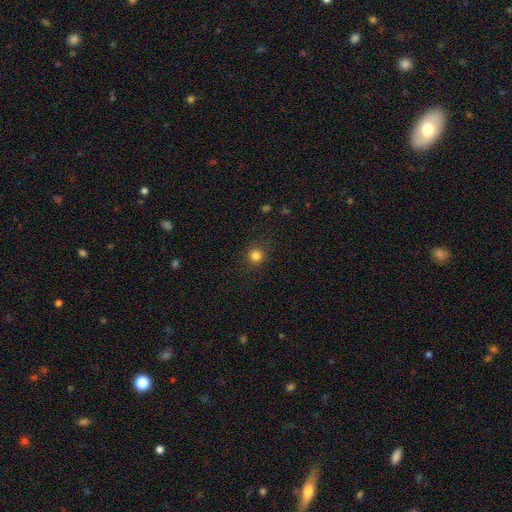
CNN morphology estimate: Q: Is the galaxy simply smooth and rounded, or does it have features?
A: smooth — 82%.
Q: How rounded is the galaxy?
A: round — 93%.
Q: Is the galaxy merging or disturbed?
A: none — 89%.